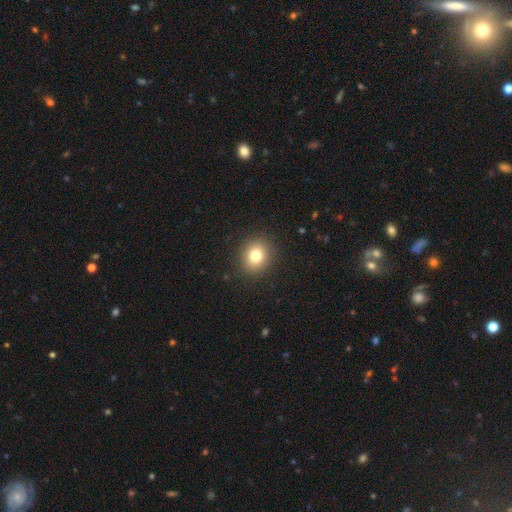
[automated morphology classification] smooth_or_featured: smooth (p=0.81) [alt: star or artifact p=0.11]
how_rounded: round (p=0.72) [alt: in between p=0.27]
merging: none (p=0.90) [alt: minor disturbance p=0.07]